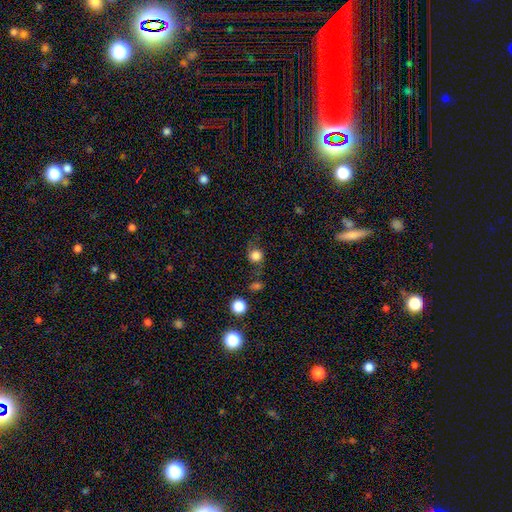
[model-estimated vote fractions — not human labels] smooth-or-featured: smooth: 72% | featured or disk: 16% | star or artifact: 11%
  how-rounded: round: 82% | in between: 17% | cigar-shaped: 1%
  merging: none: 55% | minor disturbance: 24% | major disturbance: 17% | merger: 5%